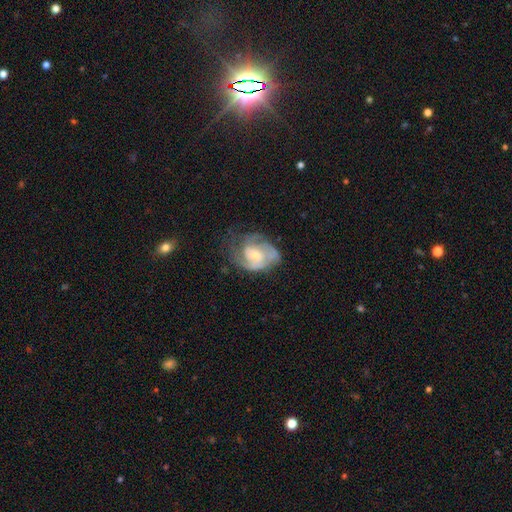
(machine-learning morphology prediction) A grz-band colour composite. It shows a featured or disk galaxy (74%) with no bar (61%), 2 (39%) tight (44%) spiral arms (89%) and a small central bulge (47%). Merging: none (46%).